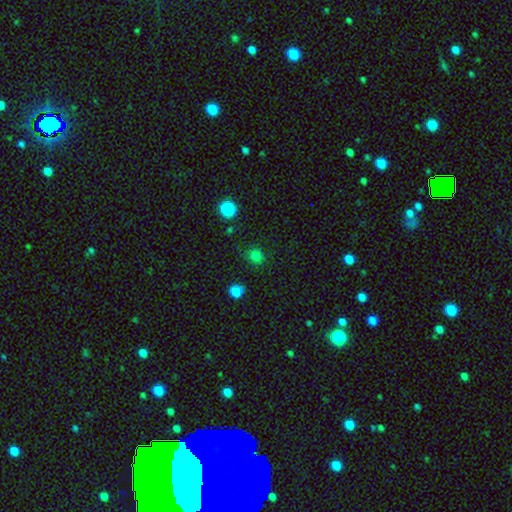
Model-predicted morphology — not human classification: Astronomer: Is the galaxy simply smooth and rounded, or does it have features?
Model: smooth — 79%.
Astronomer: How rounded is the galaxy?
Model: round — 83%.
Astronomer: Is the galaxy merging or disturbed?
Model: none — 84%.